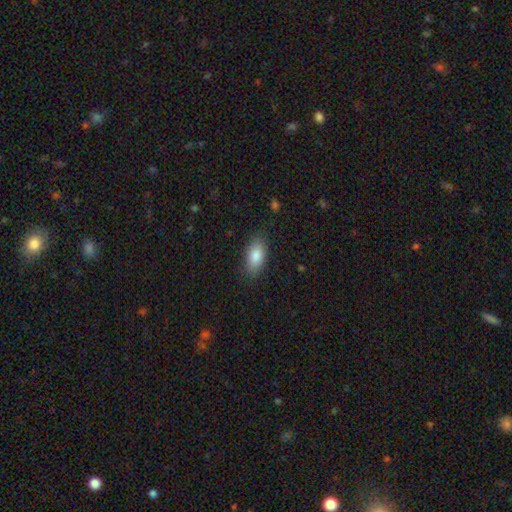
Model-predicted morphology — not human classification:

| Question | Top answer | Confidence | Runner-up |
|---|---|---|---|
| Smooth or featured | smooth | 84% | featured or disk (9%) |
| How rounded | in between | 90% | cigar-shaped (6%) |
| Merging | none | 85% | minor disturbance (11%) |